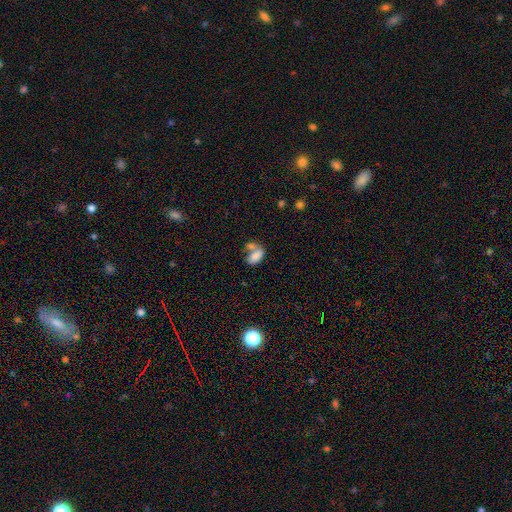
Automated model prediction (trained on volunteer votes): This is likely a smooth galaxy (78%). How rounded: clearly in between (89%). Merging: possibly merger (56%).